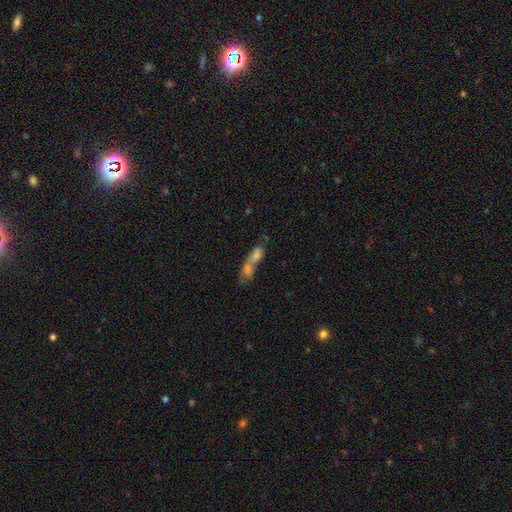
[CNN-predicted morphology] Overall: smooth (63%; featured or disk 26%). How rounded: in between (61%; cigar-shaped 28%). Merging: merger (76%).